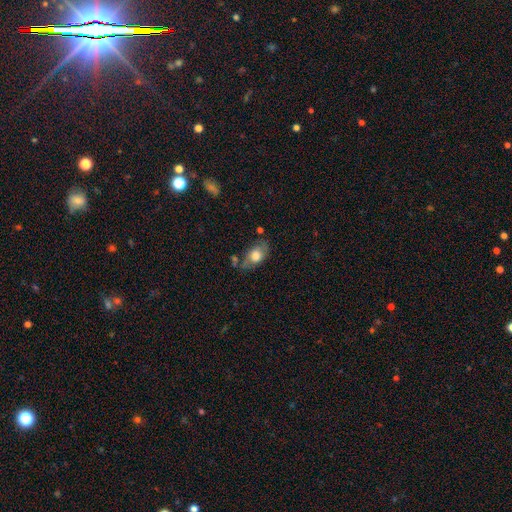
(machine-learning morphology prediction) Smooth or featured?
  - smooth: 67% *
  - featured or disk: 25%
  - star or artifact: 7%
How rounded?
  - in between: 85% *
  - round: 12%
  - cigar-shaped: 4%
Merging?
  - none: 55% *
  - minor disturbance: 27%
  - major disturbance: 10%
  - merger: 8%